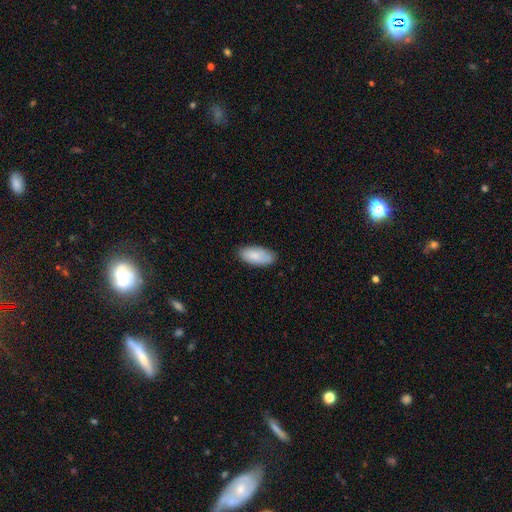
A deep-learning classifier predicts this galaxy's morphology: Smooth or featured? smooth (84%)
How rounded? in between (92%)
Merging? none (80%)